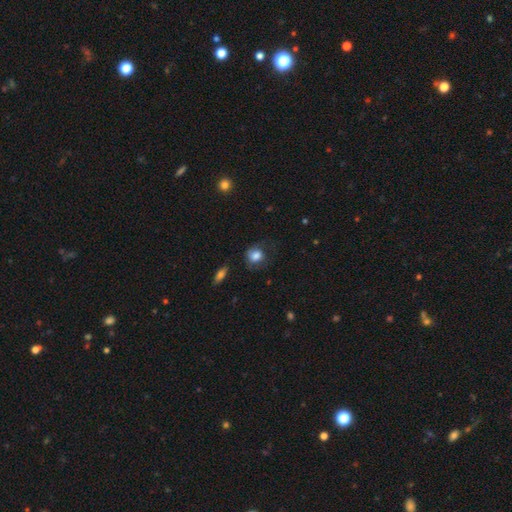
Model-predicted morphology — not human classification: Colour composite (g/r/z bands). It shows a smooth galaxy with no disk features (77%) that is round (67%). Merging: none (55%).